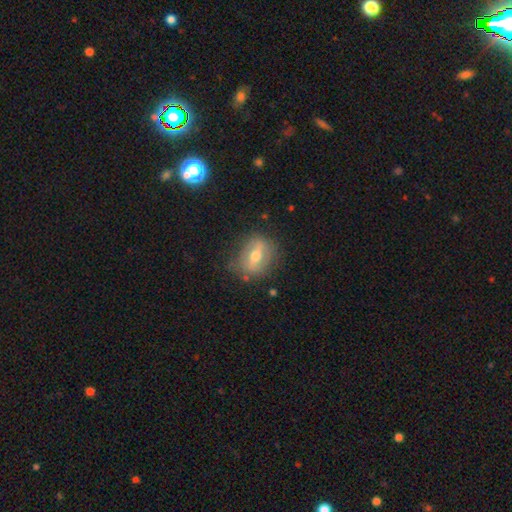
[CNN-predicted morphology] This is possibly a featured or disk galaxy (51%). It is clearly not viewed edge-on (81%). Merging: likely none (72%).